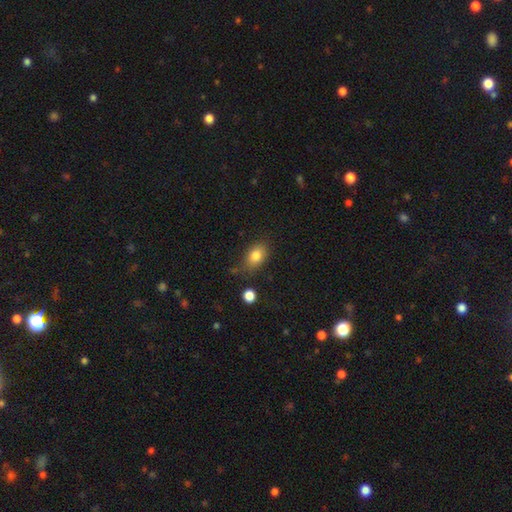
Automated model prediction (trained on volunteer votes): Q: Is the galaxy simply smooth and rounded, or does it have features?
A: smooth — 81%.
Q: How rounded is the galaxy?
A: in between — 78%.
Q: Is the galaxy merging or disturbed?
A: none — 69%.